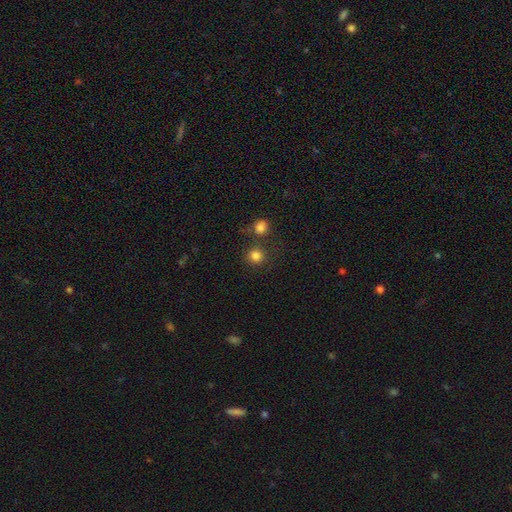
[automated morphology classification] smooth-or-featured: smooth: 82% | star or artifact: 14% | featured or disk: 5%
  how-rounded: round: 91% | in between: 8% | cigar-shaped: 1%
  merging: none: 75% | merger: 14% | minor disturbance: 8% | major disturbance: 3%